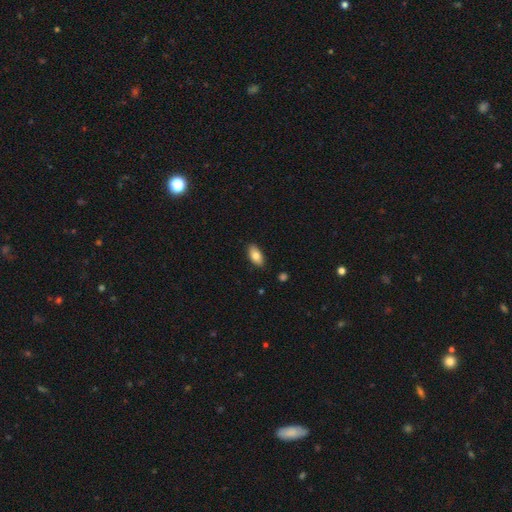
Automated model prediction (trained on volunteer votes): smooth 81%, featured or disk 12%, star or artifact 7%. Down the decision tree: how rounded — in between (92%); merging — none (87%).